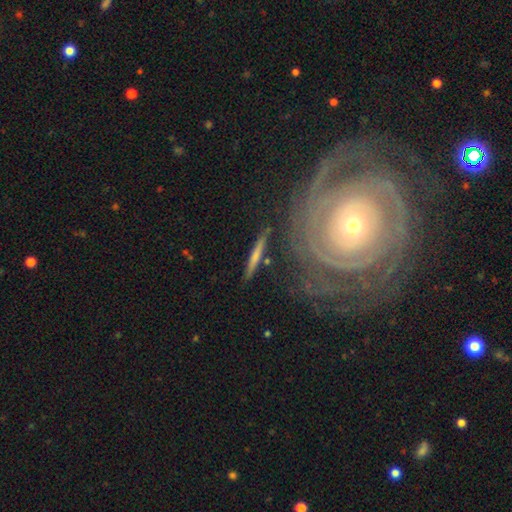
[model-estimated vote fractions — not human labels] Q: Smooth or featured?
A: smooth (51%); runner-up: featured or disk (42%)
Q: How rounded?
A: cigar-shaped (92%); runner-up: in between (5%)
Q: Merging?
A: none (83%); runner-up: minor disturbance (11%)